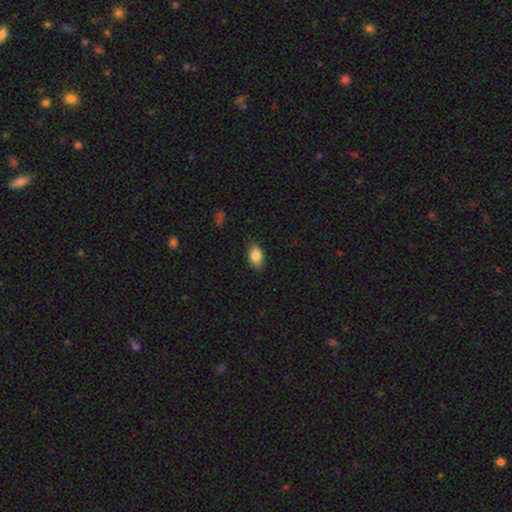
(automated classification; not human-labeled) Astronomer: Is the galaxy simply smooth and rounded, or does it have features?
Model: smooth — 85%.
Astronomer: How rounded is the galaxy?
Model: in between — 89%.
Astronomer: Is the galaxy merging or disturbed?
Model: none — 85%.